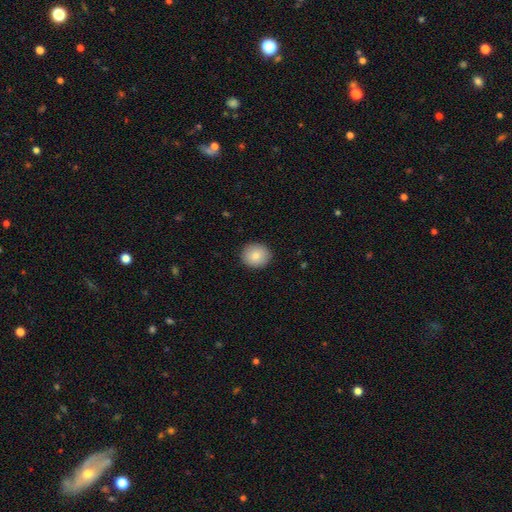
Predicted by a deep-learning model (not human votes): This appears to be a smooth galaxy with no disk features (84%) that is round (82%). Merging: none (91%).